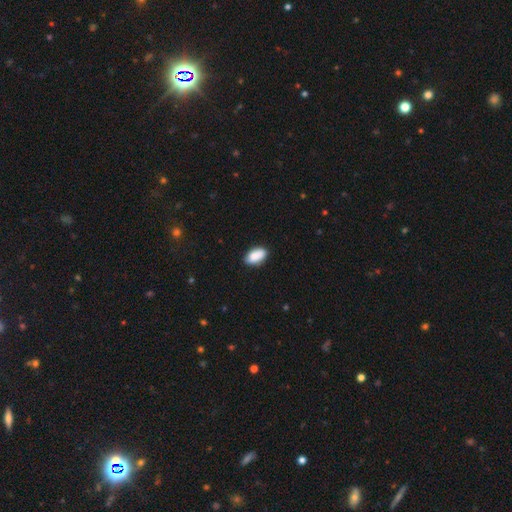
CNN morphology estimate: Q: Smooth or featured?
A: smooth (86%); runner-up: featured or disk (7%)
Q: How rounded?
A: in between (93%); runner-up: round (4%)
Q: Merging?
A: none (82%); runner-up: minor disturbance (14%)